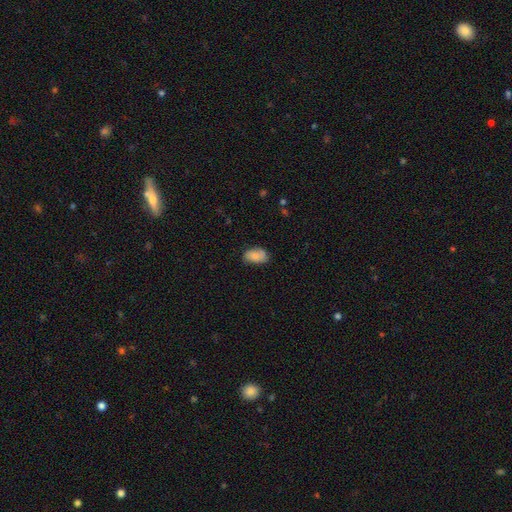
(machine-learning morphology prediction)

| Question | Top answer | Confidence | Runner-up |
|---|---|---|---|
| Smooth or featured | smooth | 76% | featured or disk (17%) |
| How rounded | in between | 91% | round (7%) |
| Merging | none | 67% | minor disturbance (25%) |